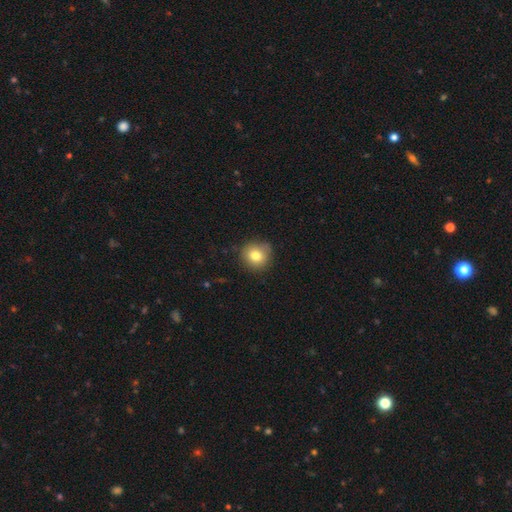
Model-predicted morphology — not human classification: Smooth or featured?
  - smooth: 80% *
  - star or artifact: 10%
  - featured or disk: 10%
How rounded?
  - round: 90% *
  - in between: 9%
  - cigar-shaped: 1%
Merging?
  - none: 82% *
  - minor disturbance: 14%
  - major disturbance: 3%
  - merger: 2%